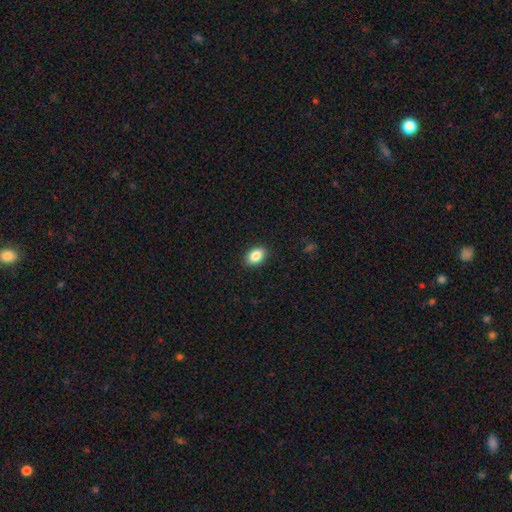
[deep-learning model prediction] Smooth or featured? smooth (87%)
How rounded? in between (83%)
Merging? none (90%)